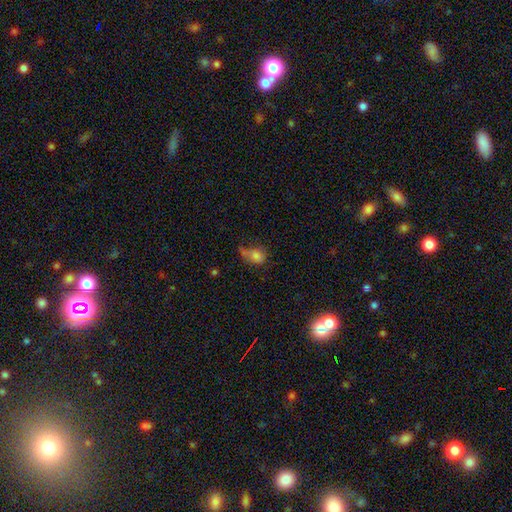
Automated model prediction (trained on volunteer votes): A smooth galaxy with no disk features (77%) that is in between round and cigar-shaped (62%). Merging: none (37%).